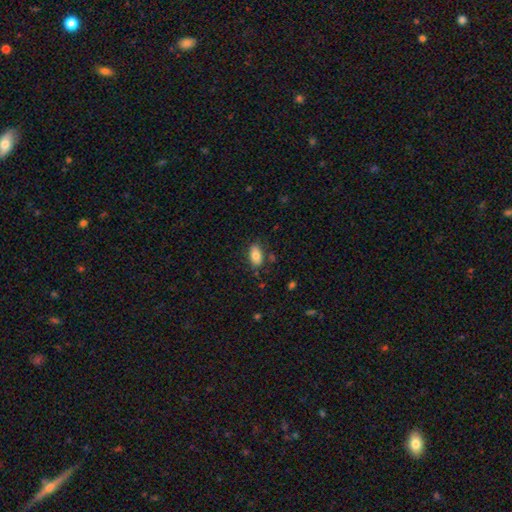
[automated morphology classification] smooth-or-featured: smooth: 80% | featured or disk: 13% | star or artifact: 8%
  how-rounded: in between: 92% | round: 5% | cigar-shaped: 3%
  merging: none: 77% | minor disturbance: 15% | major disturbance: 4% | merger: 3%